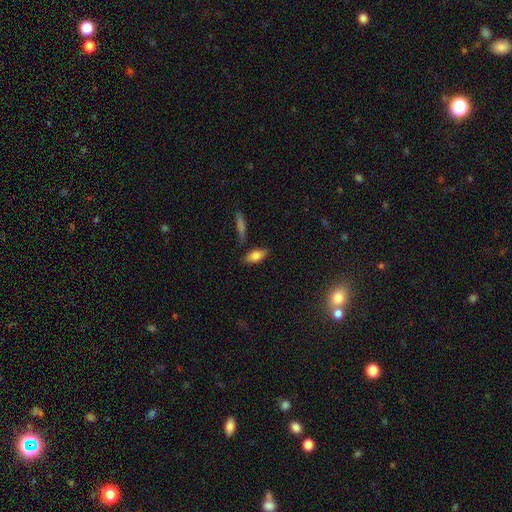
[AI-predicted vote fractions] Smooth or featured? Predicted: smooth (p=0.77). How rounded? Predicted: in between (p=0.83). Merging? Predicted: none (p=0.75).